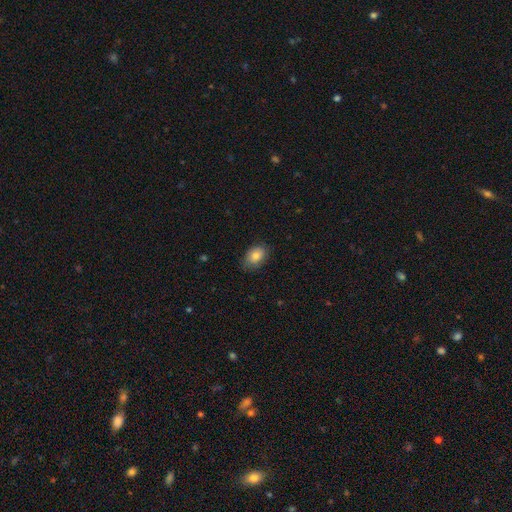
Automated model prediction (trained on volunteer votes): The model was most divided on "merging": none: 80%, minor disturbance: 16%, major disturbance: 3%, merger: 1%. More confident: how rounded — in between (83%); smooth or featured — smooth (82%).